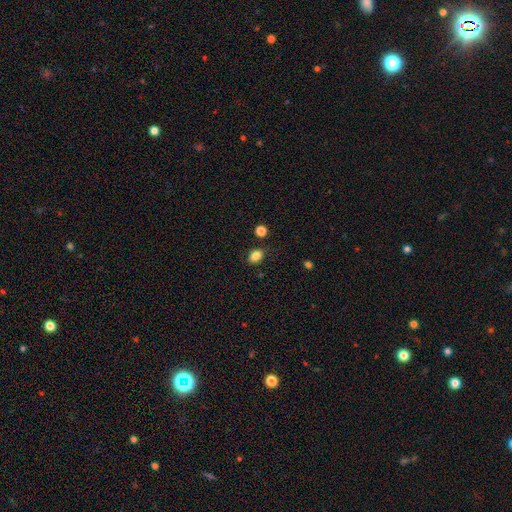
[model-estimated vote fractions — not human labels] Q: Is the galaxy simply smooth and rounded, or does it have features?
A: smooth — 85%.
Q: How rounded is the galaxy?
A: in between — 69%.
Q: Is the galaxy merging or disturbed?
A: none — 83%.